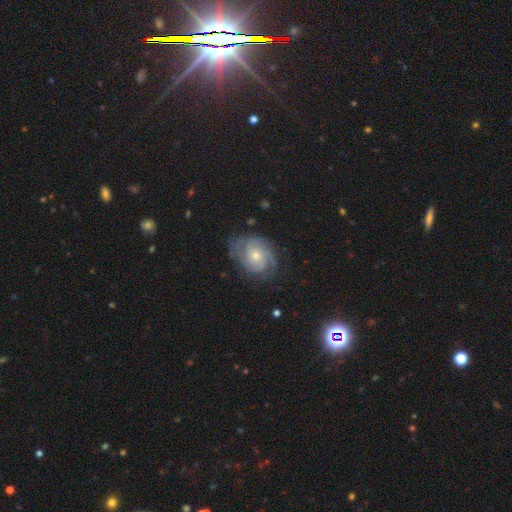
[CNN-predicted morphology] Smooth or featured?
  - featured or disk: 80% *
  - smooth: 14%
  - star or artifact: 6%
Edge-on disk?
  - no: 97% *
  - yes: 3%
Bar?
  - no: 76% *
  - weak: 21%
  - strong: 3%
Spiral arms?
  - yes: 95% *
  - no: 5%
Spiral winding?
  - tight: 61% *
  - medium: 31%
  - loose: 8%
Spiral arm count?
  - 3: 29% *
  - can't tell: 28%
  - 2: 21%
  - 4: 12%
  - 1: 5%
  - more than 4: 5%
Bulge size?
  - small: 48% *
  - moderate: 47%
  - large: 3%
  - none: 1%
  - dominant: 1%
Merging?
  - none: 70% *
  - minor disturbance: 20%
  - major disturbance: 9%
  - merger: 1%